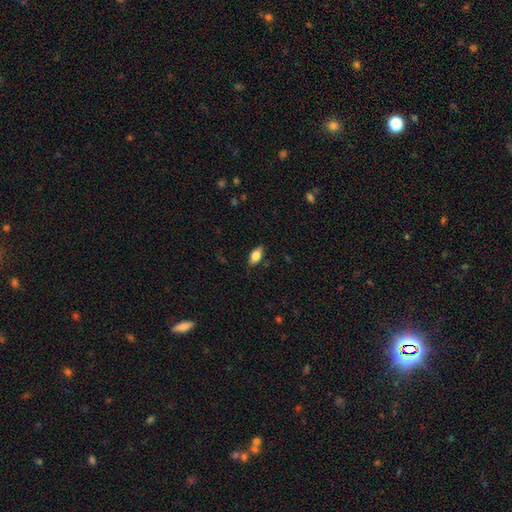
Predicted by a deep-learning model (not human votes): A smooth galaxy with no disk features (77%) that is in between round and cigar-shaped (87%).

Vote fractions:
- Smooth or featured? smooth: 77% / featured or disk: 16% / star or artifact: 7%
- How rounded? in between: 87% / cigar-shaped: 9% / round: 4%
- Merging? none: 85% / minor disturbance: 12% / major disturbance: 2% / merger: 1%